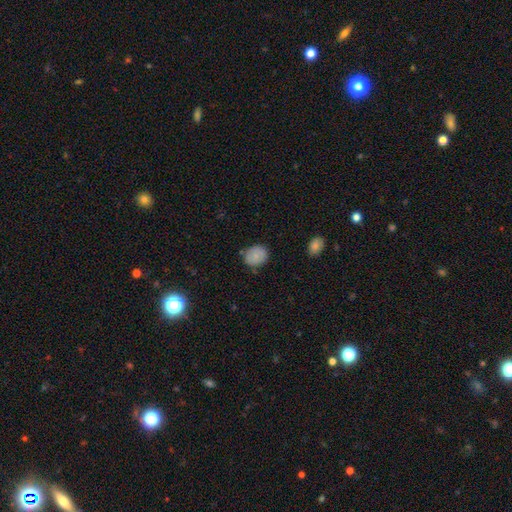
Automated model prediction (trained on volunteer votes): Overall: smooth (79%). How rounded: round (64%; in between 35%). Merging: none (80%).